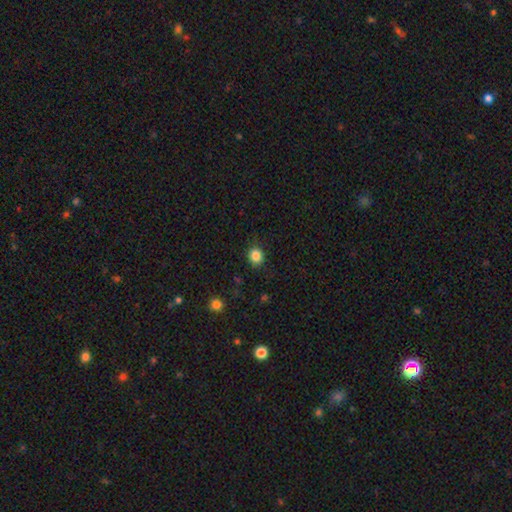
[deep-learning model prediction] smooth_or_featured: smooth (p=0.85) [alt: star or artifact p=0.11]
how_rounded: round (p=0.76) [alt: in between p=0.23]
merging: none (p=0.87) [alt: minor disturbance p=0.10]